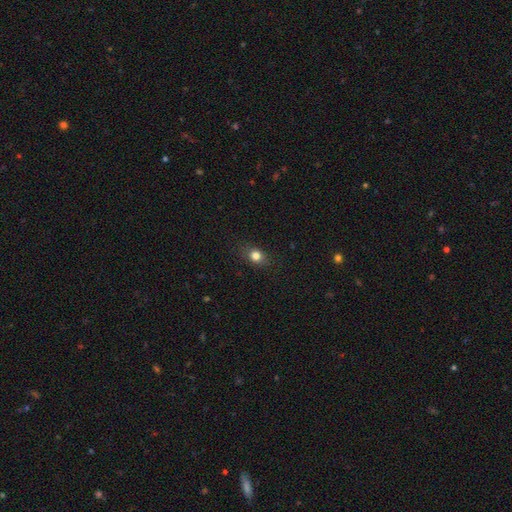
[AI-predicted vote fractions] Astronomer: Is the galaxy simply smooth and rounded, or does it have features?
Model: smooth — 81%.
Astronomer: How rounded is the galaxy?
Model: round — 55% (runner-up: in between, 43%).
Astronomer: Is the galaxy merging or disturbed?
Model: none — 85%.